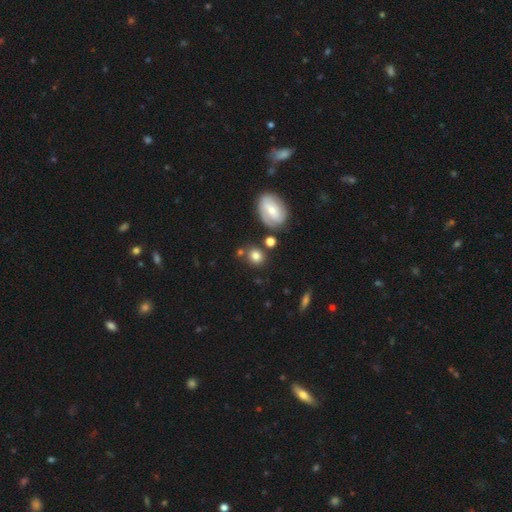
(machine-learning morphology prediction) This appears to be a smooth galaxy with no disk features (76%) that is round (76%). Merging: none (73%).